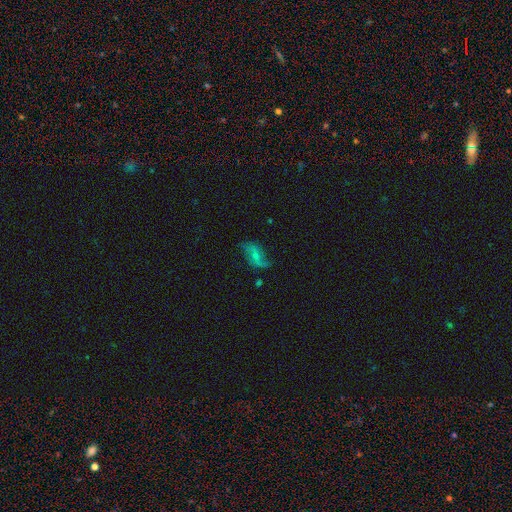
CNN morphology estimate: featured or disk 71%, smooth 16%, star or artifact 13%. Down the decision tree: edge-on disk — no (94%); bar — no (56%); spiral arms — yes (89%); spiral arm count — 2 (84%); spiral winding — loose (66%); bulge size — small (58%); merging — none (68%).